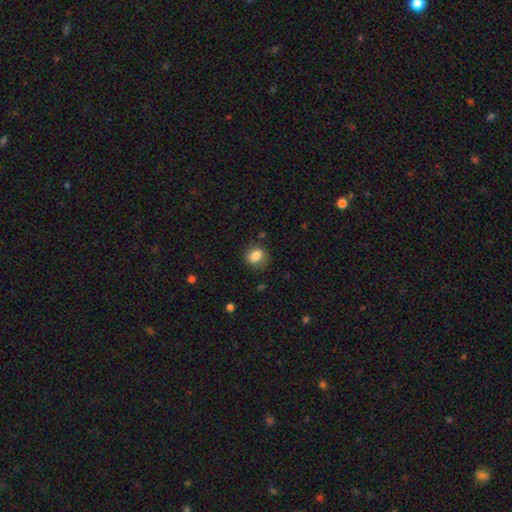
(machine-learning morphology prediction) smooth 84%, star or artifact 9%, featured or disk 7%. Down the decision tree: how rounded — round (60%); merging — none (76%).